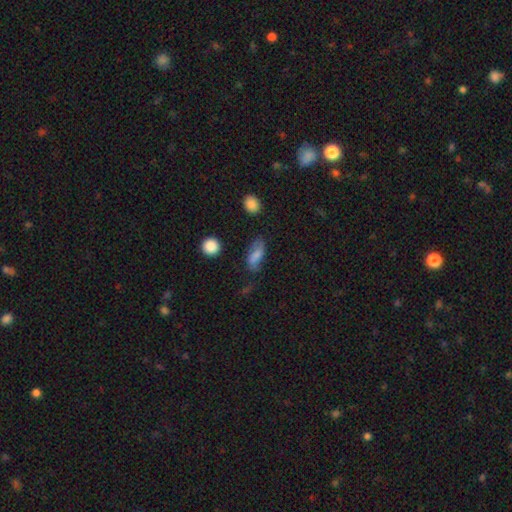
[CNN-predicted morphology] smooth 69%, featured or disk 21%, star or artifact 10%. Down the decision tree: how rounded — in between (82%); merging — none (56%).